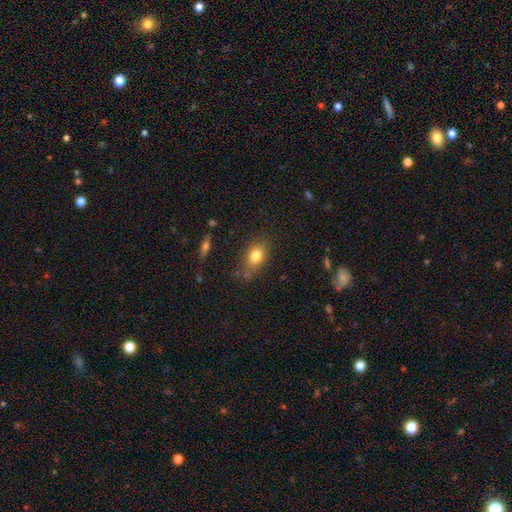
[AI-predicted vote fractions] smooth_or_featured: smooth (p=0.80) [alt: featured or disk p=0.10]
how_rounded: in between (p=0.76) [alt: round p=0.20]
merging: none (p=0.70) [alt: minor disturbance p=0.19]